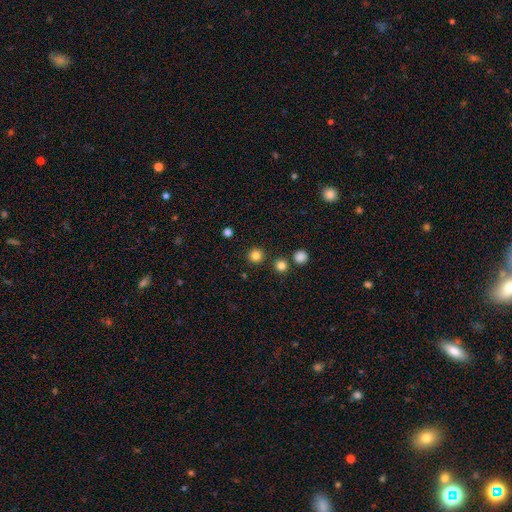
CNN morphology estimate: This appears to be a smooth galaxy with no disk features (82%) that is round (95%). Merging: none (90%).